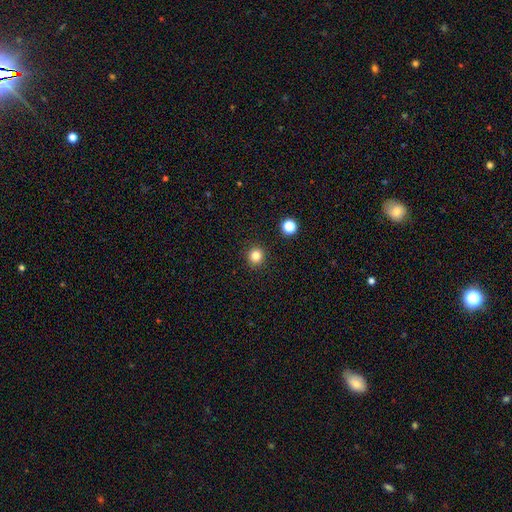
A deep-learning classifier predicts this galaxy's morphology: A smooth galaxy with no disk features (82%) that is round (93%). Merging: none (92%).